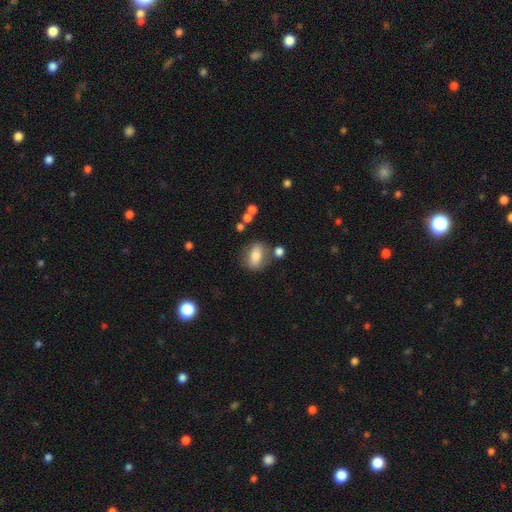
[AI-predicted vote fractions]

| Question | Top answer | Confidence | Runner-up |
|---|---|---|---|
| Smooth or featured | smooth | 71% | featured or disk (20%) |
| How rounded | in between | 77% | round (18%) |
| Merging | none | 71% | minor disturbance (15%) |